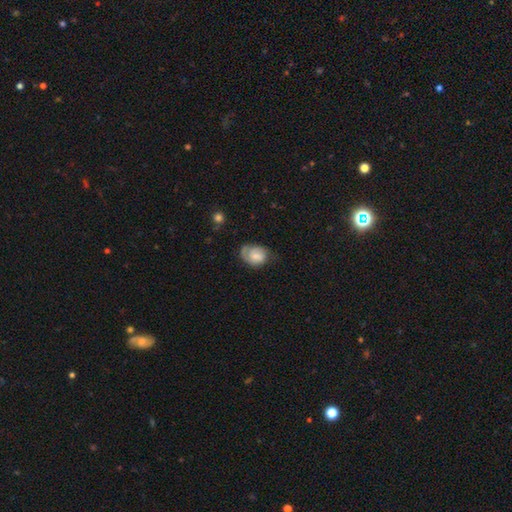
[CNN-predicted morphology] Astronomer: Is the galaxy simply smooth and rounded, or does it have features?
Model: smooth — 51% (runner-up: featured or disk, 41%).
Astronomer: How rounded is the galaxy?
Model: in between — 70%.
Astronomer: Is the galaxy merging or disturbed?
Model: none — 45% (runner-up: minor disturbance, 33%).